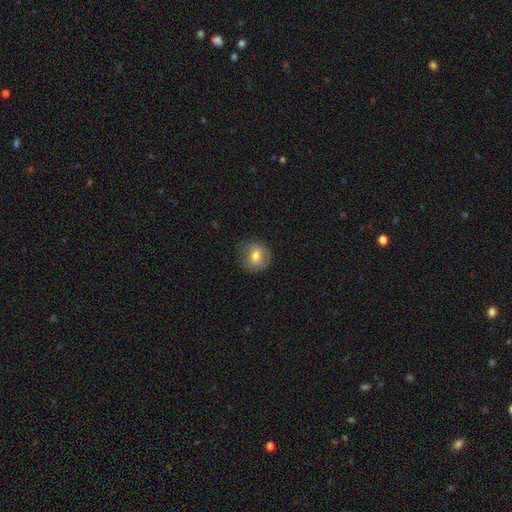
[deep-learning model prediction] smooth_or_featured: smooth (p=0.72) [alt: featured or disk p=0.19]
how_rounded: round (p=0.85) [alt: in between p=0.14]
merging: none (p=0.79) [alt: minor disturbance p=0.15]